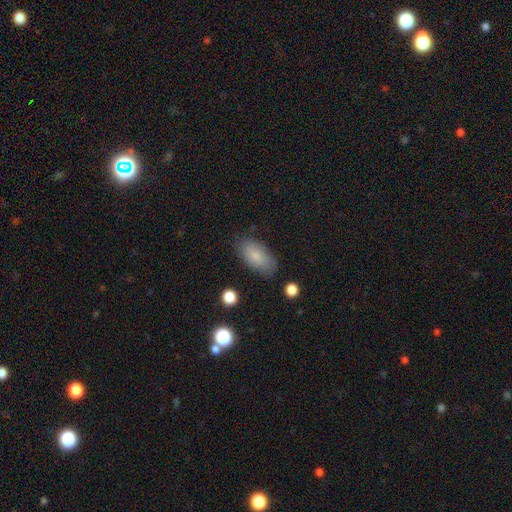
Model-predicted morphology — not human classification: This is clearly a smooth galaxy (82%). How rounded: clearly in between (92%). Merging: likely none (79%).